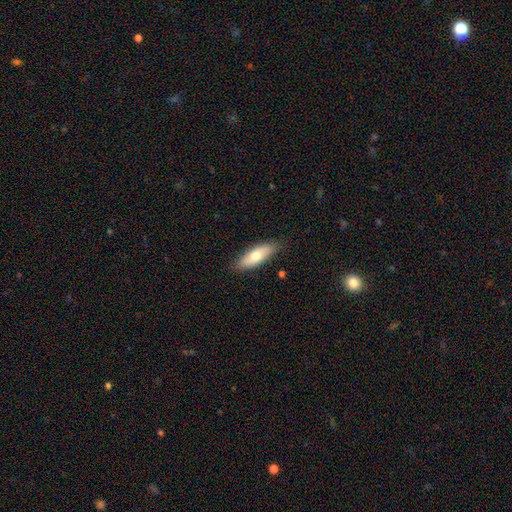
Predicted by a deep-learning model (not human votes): Smooth or featured? smooth (71%)
How rounded? in between (64%)
Merging? none (85%)